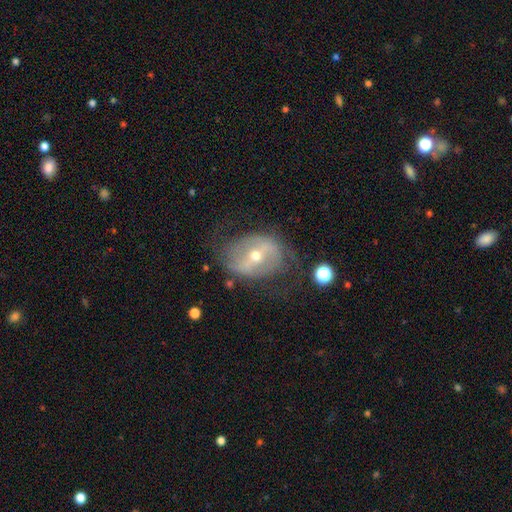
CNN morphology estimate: type=featured or disk (74%); edge-on=no (93%); bar=strong (52%); spiral arms=yes (59%); bulge=small (51%); merging=none (60%).